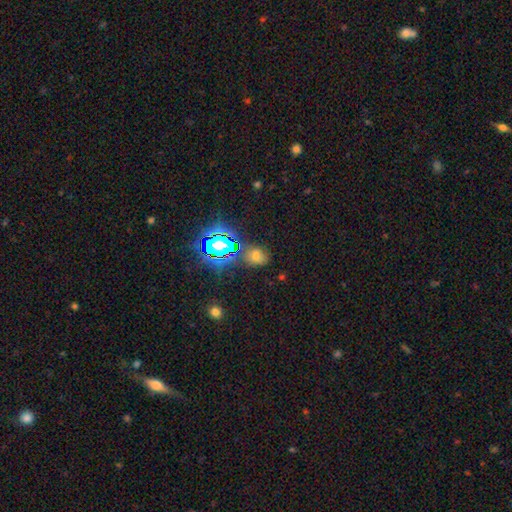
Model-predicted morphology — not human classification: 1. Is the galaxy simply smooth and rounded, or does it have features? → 49% smooth, 41% star or artifact, 10% featured or disk.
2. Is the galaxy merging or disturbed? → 74% none, 14% minor disturbance, 6% merger, 6% major disturbance.